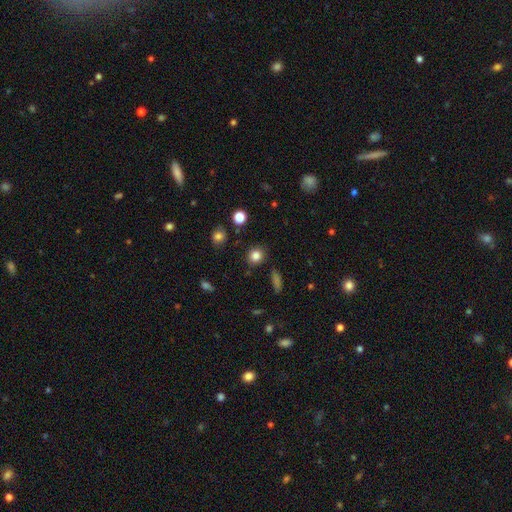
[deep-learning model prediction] This is clearly a smooth galaxy (83%). How rounded: clearly round (82%). Merging: clearly none (87%).